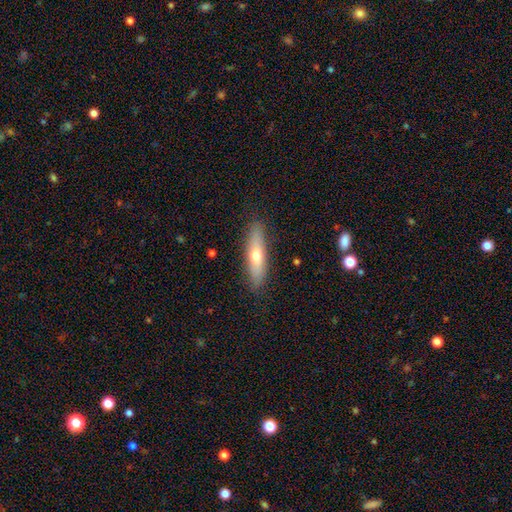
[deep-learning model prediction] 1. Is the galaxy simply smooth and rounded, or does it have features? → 56% smooth, 38% featured or disk, 7% star or artifact.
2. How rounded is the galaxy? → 71% cigar-shaped, 27% in between, 2% round.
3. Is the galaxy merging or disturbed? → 87% none, 10% minor disturbance, 2% major disturbance, 1% merger.